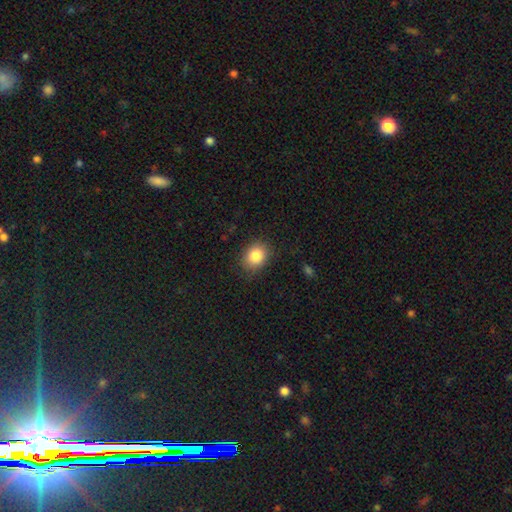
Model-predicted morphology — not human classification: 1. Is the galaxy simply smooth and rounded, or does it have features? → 85% smooth, 9% star or artifact, 6% featured or disk.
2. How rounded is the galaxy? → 53% round, 46% in between, 1% cigar-shaped.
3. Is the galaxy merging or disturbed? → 84% none, 12% minor disturbance, 3% major disturbance, 1% merger.